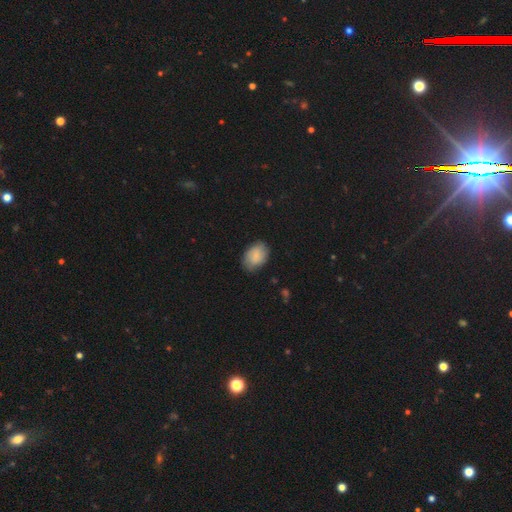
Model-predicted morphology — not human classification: Smooth or featured?
  - smooth: 83% *
  - featured or disk: 11%
  - star or artifact: 7%
How rounded?
  - in between: 83% *
  - round: 16%
  - cigar-shaped: 1%
Merging?
  - none: 80% *
  - minor disturbance: 16%
  - major disturbance: 3%
  - merger: 1%